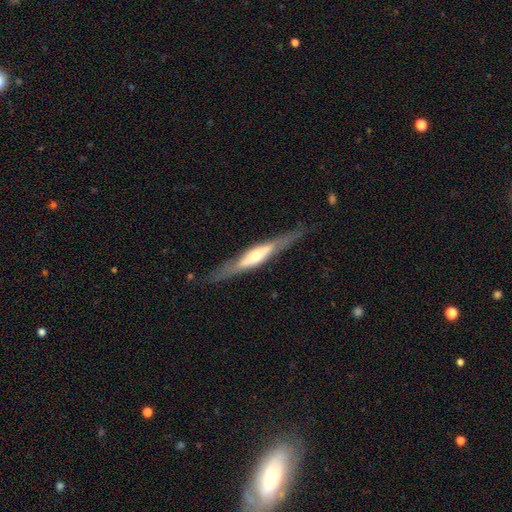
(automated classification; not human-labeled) A featured or disk galaxy (66%) viewed edge-on (90%) with a rounded central bulge (76%). Merging: none (81%).